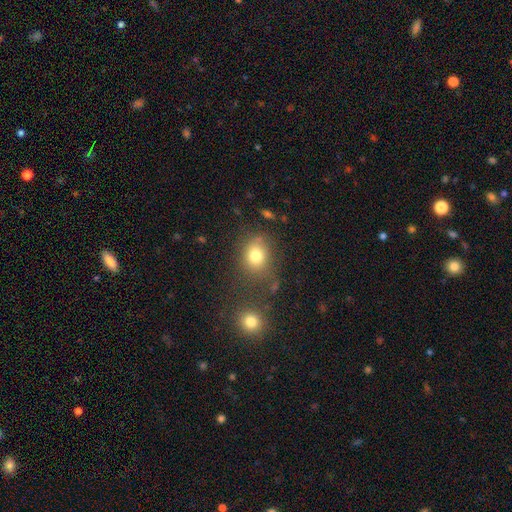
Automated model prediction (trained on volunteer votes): Smooth or featured? smooth (79%)
How rounded? round (60%)
Merging? none (64%)